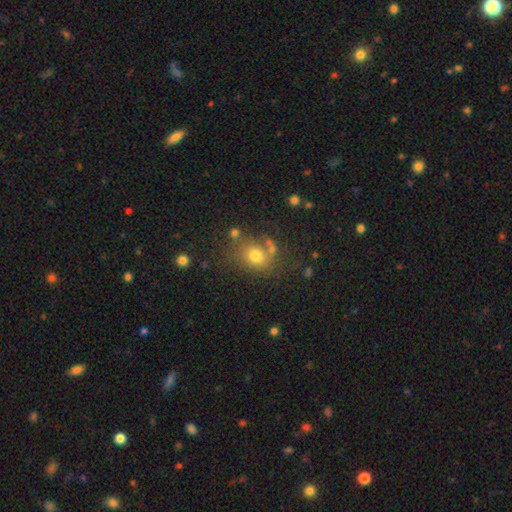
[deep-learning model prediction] Overall: smooth (71%). How rounded: round (61%; in between 38%). Merging: none (65%).